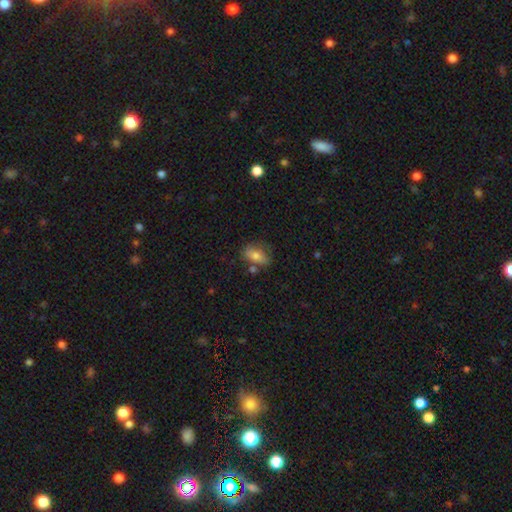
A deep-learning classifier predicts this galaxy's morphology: A smooth galaxy with no disk features (69%) that is in between round and cigar-shaped (81%).

Vote fractions:
- Smooth or featured? smooth: 69% / featured or disk: 23% / star or artifact: 8%
- How rounded? in between: 81% / round: 15% / cigar-shaped: 4%
- Merging? none: 53% / minor disturbance: 25% / merger: 13% / major disturbance: 10%